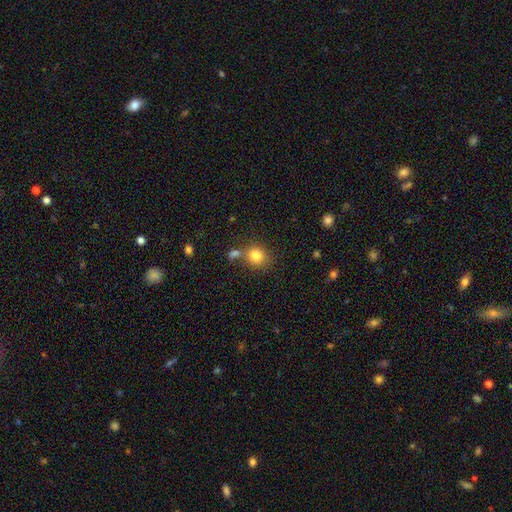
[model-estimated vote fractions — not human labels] A smooth galaxy with no disk features (81%) that is round (79%). Merging: none (65%).